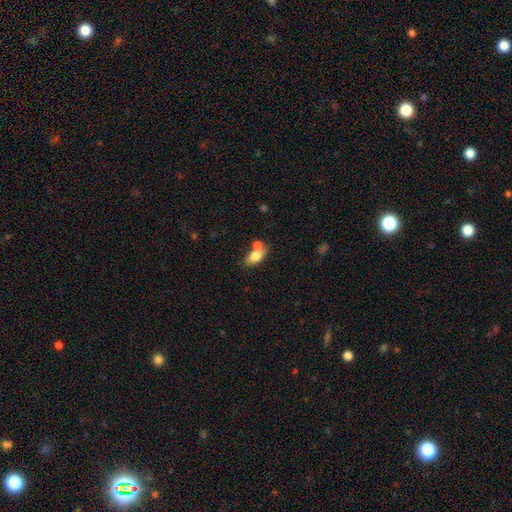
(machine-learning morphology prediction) type=smooth (78%); roundness=in between (88%); merging=none (50%).